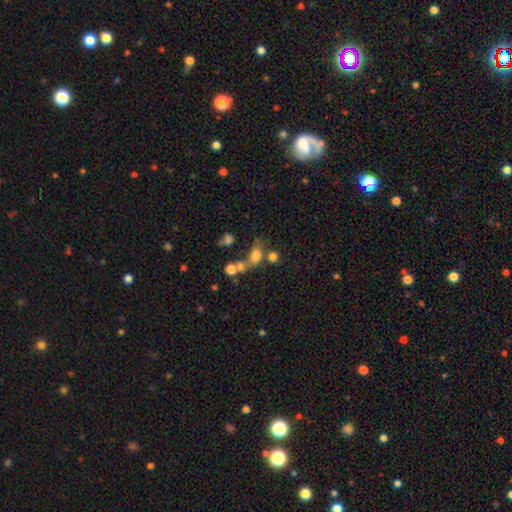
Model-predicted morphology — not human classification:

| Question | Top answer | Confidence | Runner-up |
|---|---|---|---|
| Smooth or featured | smooth | 64% | star or artifact (20%) |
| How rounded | in between | 67% | round (28%) |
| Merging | merger | 35% | none (32%) |